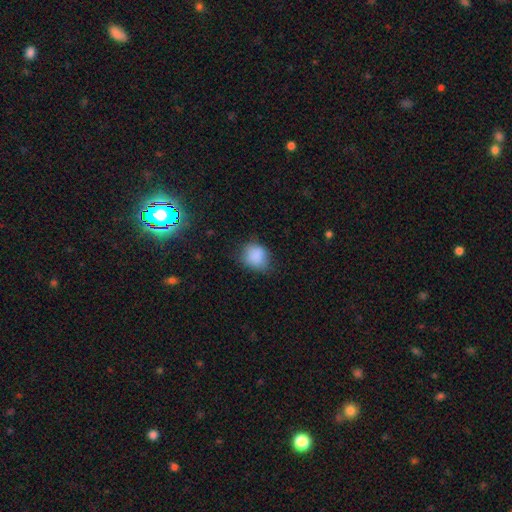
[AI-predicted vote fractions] The model was most divided on "how rounded": round: 64%, in between: 35%, cigar-shaped: 1%. More confident: smooth or featured — smooth (85%); merging — none (65%).